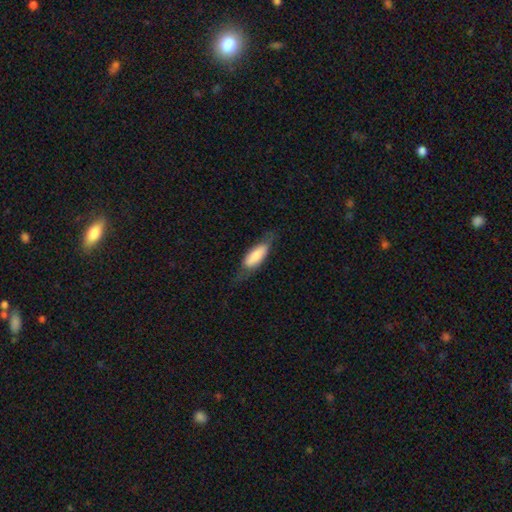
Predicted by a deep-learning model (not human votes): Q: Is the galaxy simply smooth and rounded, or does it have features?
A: smooth — 71%.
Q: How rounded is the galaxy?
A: in between — 67%.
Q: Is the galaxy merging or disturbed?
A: none — 61%.